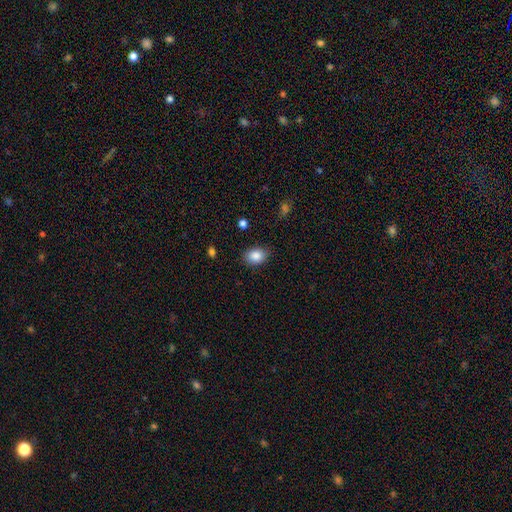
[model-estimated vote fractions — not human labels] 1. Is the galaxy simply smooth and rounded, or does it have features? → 87% smooth, 8% star or artifact, 5% featured or disk.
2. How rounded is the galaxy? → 75% in between, 24% round, 1% cigar-shaped.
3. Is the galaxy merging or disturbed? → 84% none, 12% minor disturbance, 3% major disturbance, 1% merger.